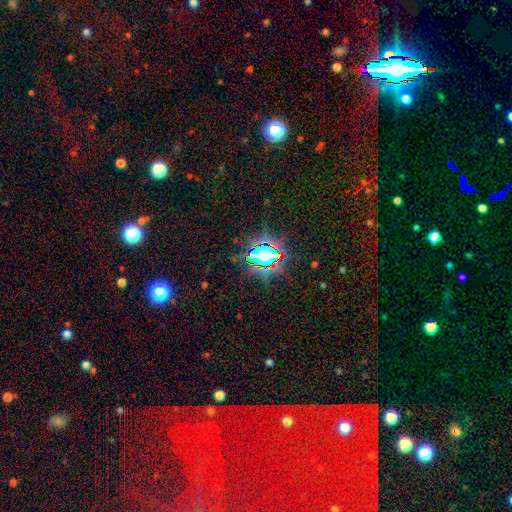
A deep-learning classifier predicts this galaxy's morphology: star or artifact 61%, smooth 26%, featured or disk 12%.